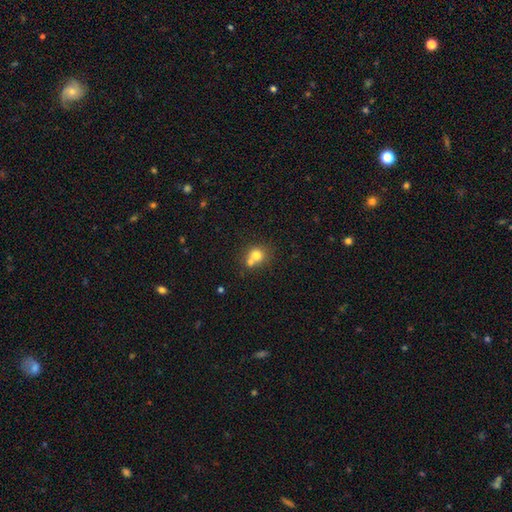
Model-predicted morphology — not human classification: This is likely a smooth galaxy (76%). How rounded: likely round (78%). Merging: possibly merger (45%).